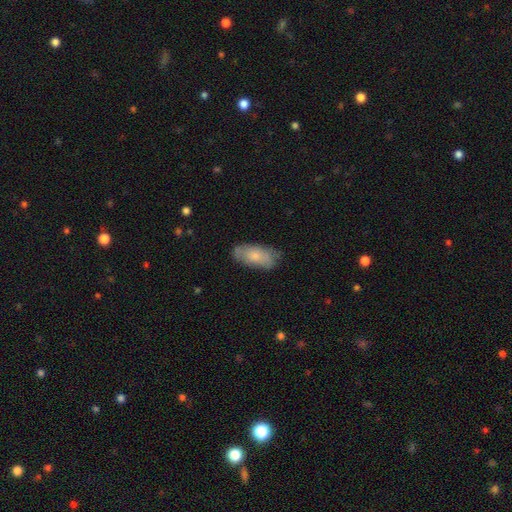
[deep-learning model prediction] smooth 67%, featured or disk 26%, star or artifact 6%. Down the decision tree: how rounded — in between (89%); merging — none (69%).